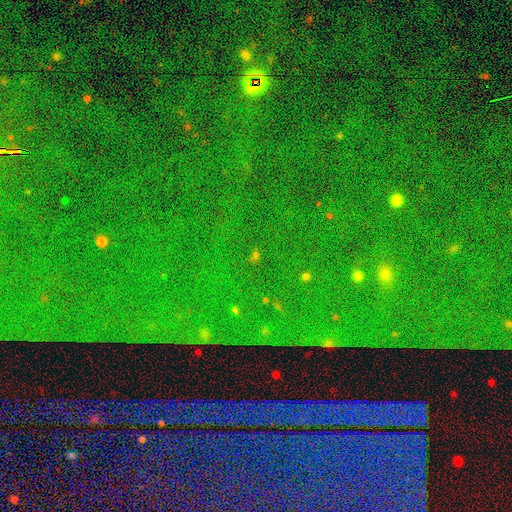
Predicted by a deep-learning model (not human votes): Smooth or featured? Predicted: star or artifact (p=0.83).